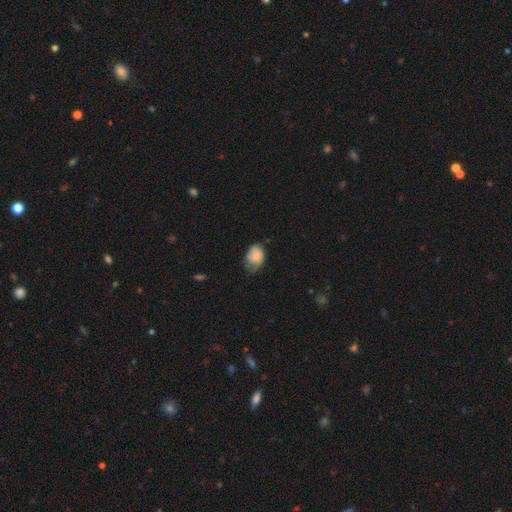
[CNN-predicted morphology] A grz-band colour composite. It shows a smooth galaxy with no disk features (76%) that is in between round and cigar-shaped (76%). Merging: minor disturbance (45%).